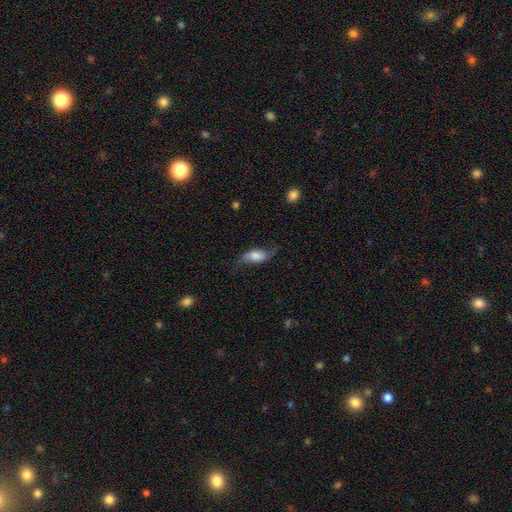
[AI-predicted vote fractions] Smooth or featured?
  - featured or disk: 48% *
  - smooth: 44%
  - star or artifact: 8%
Merging?
  - none: 62% *
  - minor disturbance: 23%
  - major disturbance: 13%
  - merger: 2%